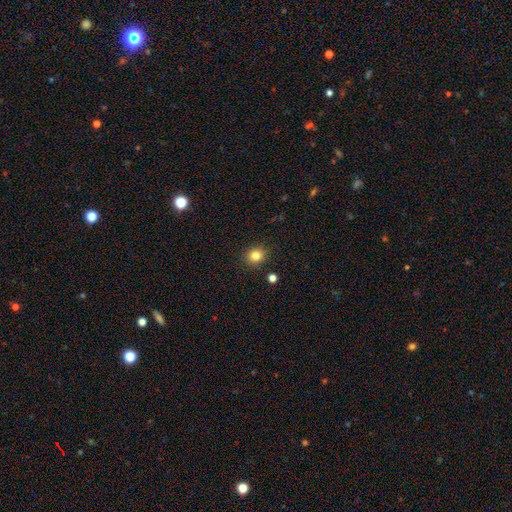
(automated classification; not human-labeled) Smooth or featured: smooth — 82% (star or artifact — 12%)
How rounded: round — 76% (in between — 23%)
Merging: none — 88% (minor disturbance — 8%)